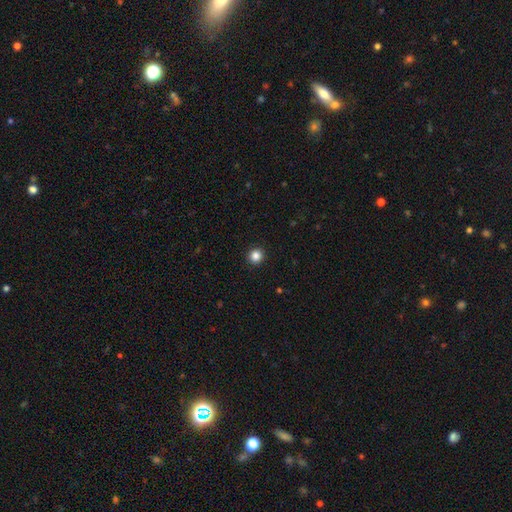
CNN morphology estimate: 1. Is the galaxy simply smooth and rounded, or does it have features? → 85% smooth, 11% star or artifact, 4% featured or disk.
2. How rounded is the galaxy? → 94% round, 5% in between, 1% cigar-shaped.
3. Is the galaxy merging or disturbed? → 93% none, 4% minor disturbance, 2% major disturbance, 1% merger.